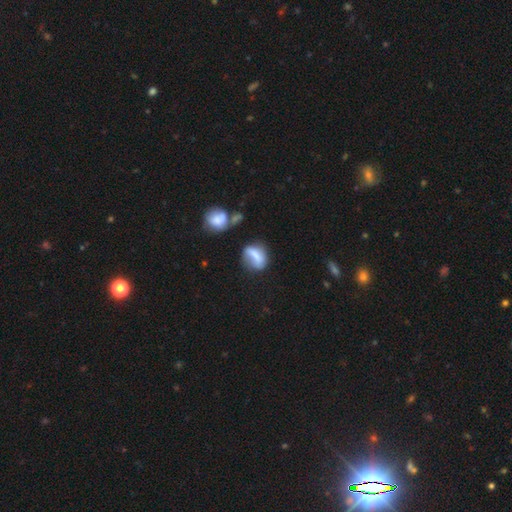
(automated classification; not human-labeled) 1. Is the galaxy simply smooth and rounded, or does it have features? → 64% smooth, 26% featured or disk, 10% star or artifact.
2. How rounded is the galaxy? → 60% in between, 32% round, 8% cigar-shaped.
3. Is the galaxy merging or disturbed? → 44% none, 28% minor disturbance, 16% major disturbance, 12% merger.